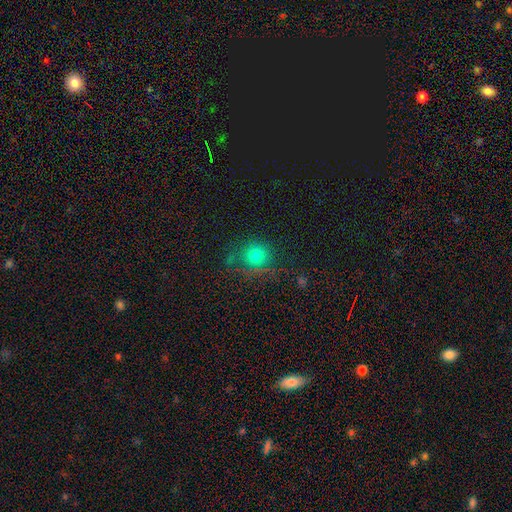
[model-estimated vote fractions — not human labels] Smooth or featured? Predicted: smooth (p=0.75). How rounded? Predicted: round (p=0.87). Merging? Predicted: none (p=0.68).